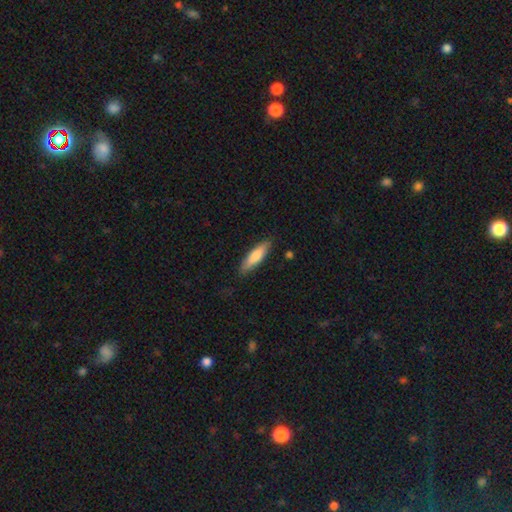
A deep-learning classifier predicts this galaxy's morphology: smooth_or_featured: smooth (p=0.77) [alt: featured or disk p=0.17]
how_rounded: cigar-shaped (p=0.64) [alt: in between p=0.35]
merging: none (p=0.83) [alt: minor disturbance p=0.13]